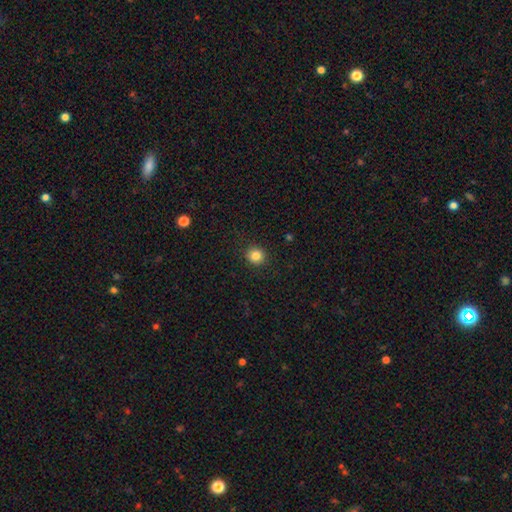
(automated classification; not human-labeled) smooth 84%, star or artifact 11%, featured or disk 5%. Down the decision tree: how rounded — round (89%); merging — none (91%).